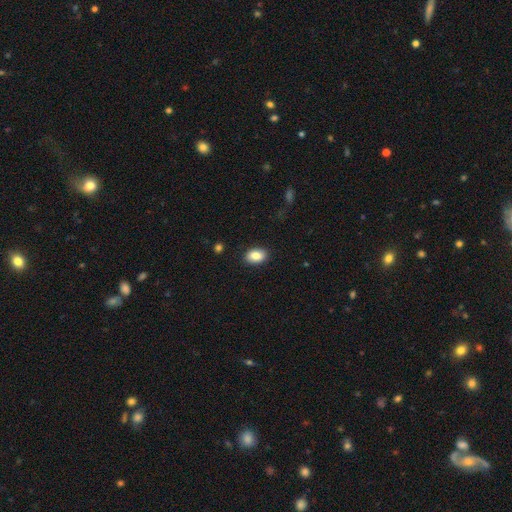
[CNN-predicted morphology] smooth_or_featured: smooth (p=0.85) [alt: star or artifact p=0.08]
how_rounded: in between (p=0.86) [alt: round p=0.13]
merging: none (p=0.89) [alt: minor disturbance p=0.08]